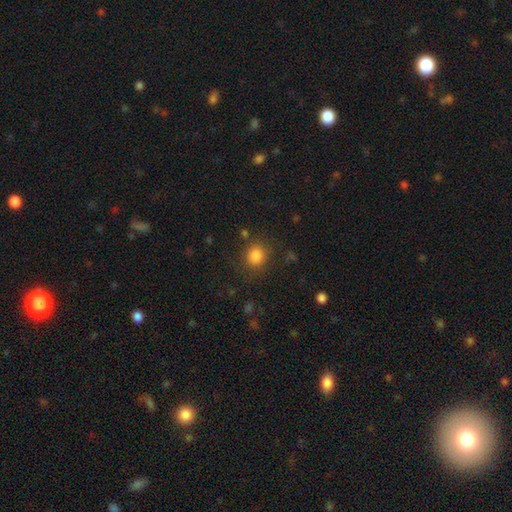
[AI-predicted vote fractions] Overall: smooth (84%). How rounded: round (77%). Merging: none (82%).